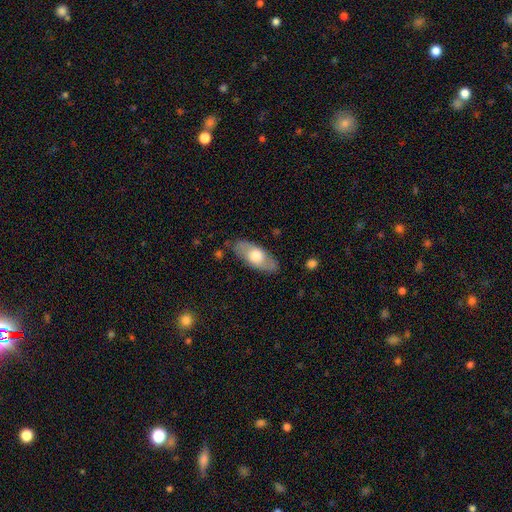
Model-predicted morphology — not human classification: A smooth galaxy with no disk features (59%) that is in between round and cigar-shaped (84%). Merging: none (83%).